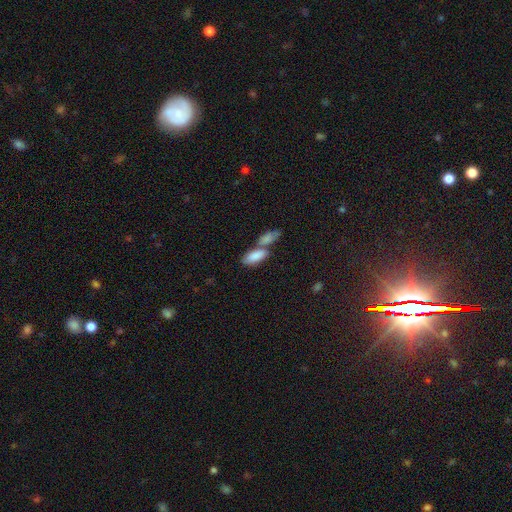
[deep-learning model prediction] A smooth galaxy with no disk features (84%) that is in between round and cigar-shaped (85%).

Vote fractions:
- Smooth or featured? smooth: 84% / featured or disk: 10% / star or artifact: 6%
- How rounded? in between: 85% / cigar-shaped: 13% / round: 3%
- Merging? merger: 57% / none: 31% / minor disturbance: 9% / major disturbance: 4%